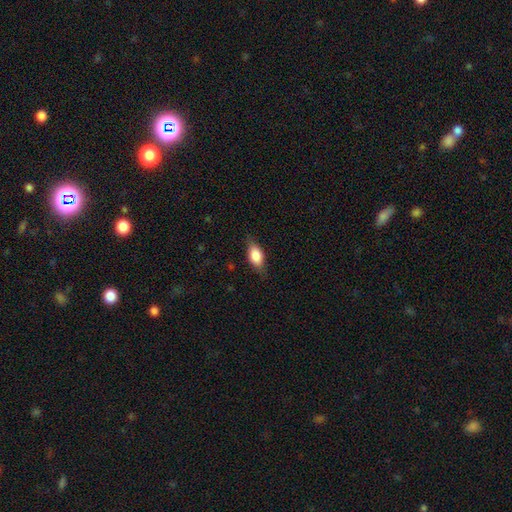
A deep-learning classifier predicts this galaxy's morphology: Overall: smooth (77%). How rounded: in between (84%). Merging: none (75%).